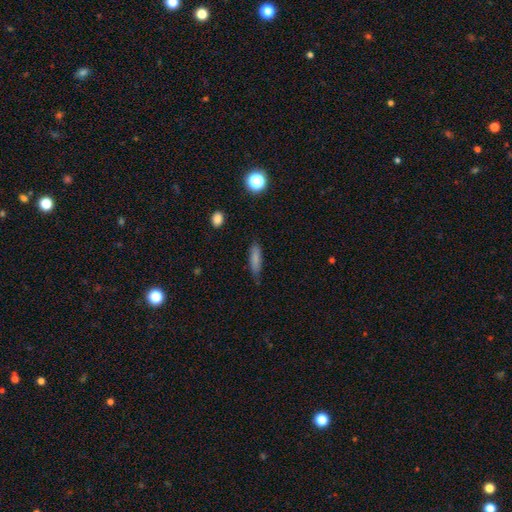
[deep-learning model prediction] smooth_or_featured: smooth (p=0.73) [alt: featured or disk p=0.15]
how_rounded: cigar-shaped (p=0.72) [alt: in between p=0.25]
merging: none (p=0.78) [alt: minor disturbance p=0.17]